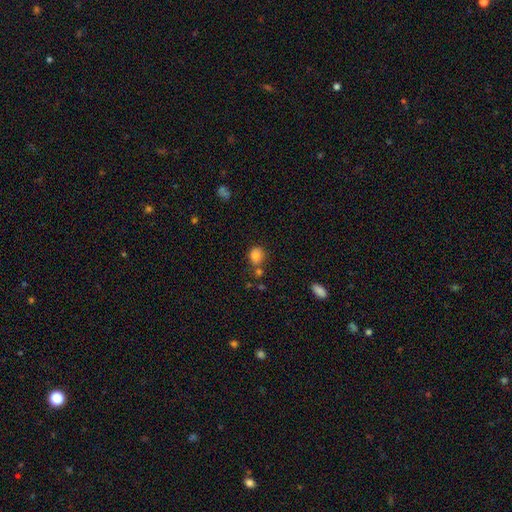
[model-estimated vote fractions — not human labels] Morphology: type=smooth (83%); roundness=round (68%); merging=none (59%).